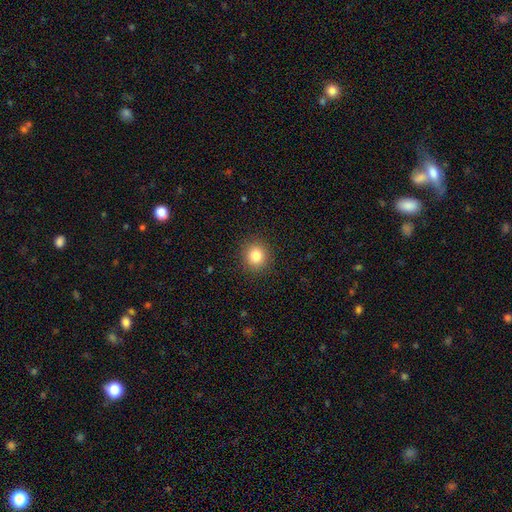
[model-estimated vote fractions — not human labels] The model was most divided on "smooth or featured": smooth: 84%, star or artifact: 11%, featured or disk: 6%. More confident: merging — none (91%); how rounded — round (88%).